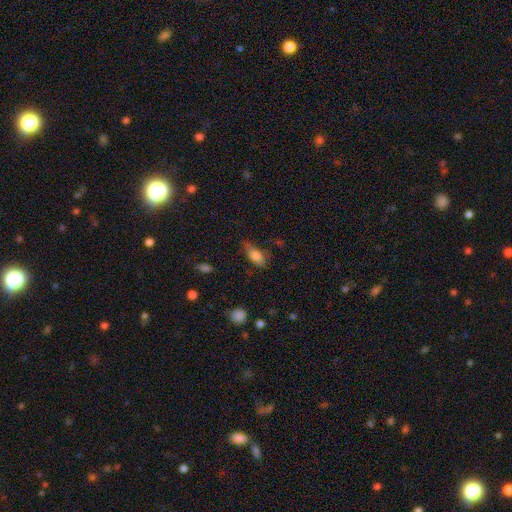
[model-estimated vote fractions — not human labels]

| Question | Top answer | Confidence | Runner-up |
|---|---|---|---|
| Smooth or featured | smooth | 74% | featured or disk (17%) |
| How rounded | in between | 78% | cigar-shaped (17%) |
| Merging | none | 62% | minor disturbance (28%) |